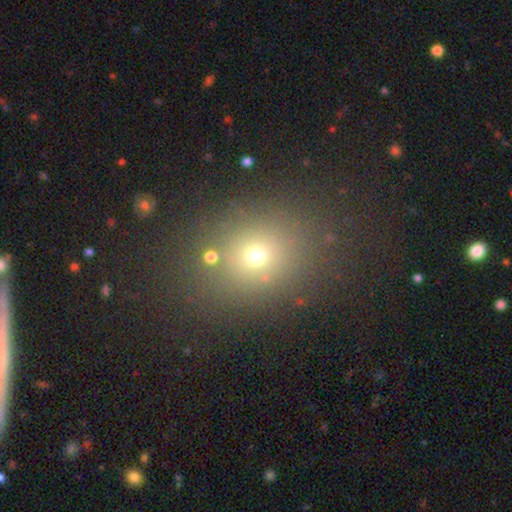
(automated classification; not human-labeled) smooth 64%, star or artifact 24%, featured or disk 11%. Down the decision tree: how rounded — round (59%); merging — none (81%).